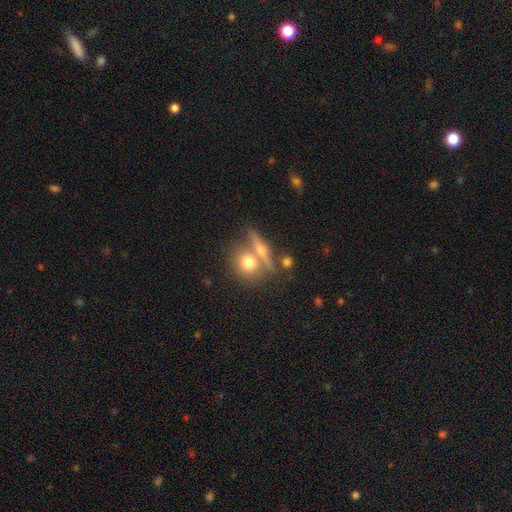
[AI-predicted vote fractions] Smooth or featured? Predicted: smooth (p=0.51). How rounded? Predicted: round (p=0.60). Merging? Predicted: none (p=0.51).